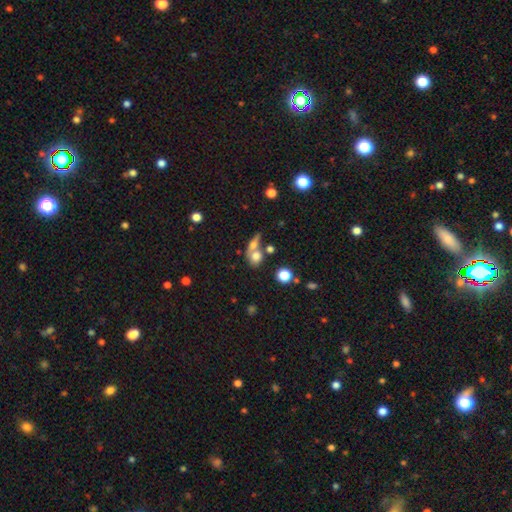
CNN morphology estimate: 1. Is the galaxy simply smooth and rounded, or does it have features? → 68% smooth, 19% featured or disk, 12% star or artifact.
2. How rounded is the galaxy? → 52% round, 41% in between, 7% cigar-shaped.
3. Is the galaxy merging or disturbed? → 47% merger, 36% none, 10% minor disturbance, 7% major disturbance.